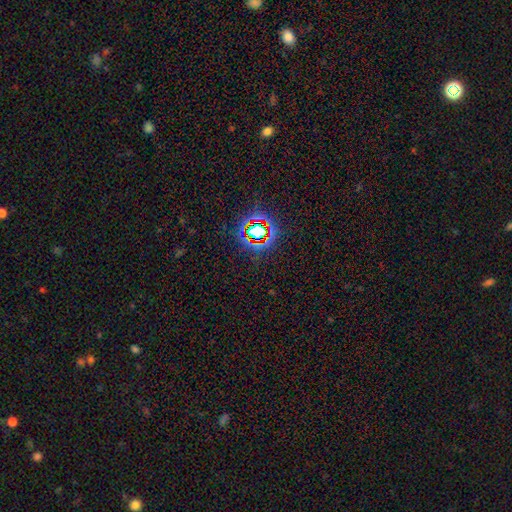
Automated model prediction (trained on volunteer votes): This is likely a star or artifact rather than a galaxy (67%).